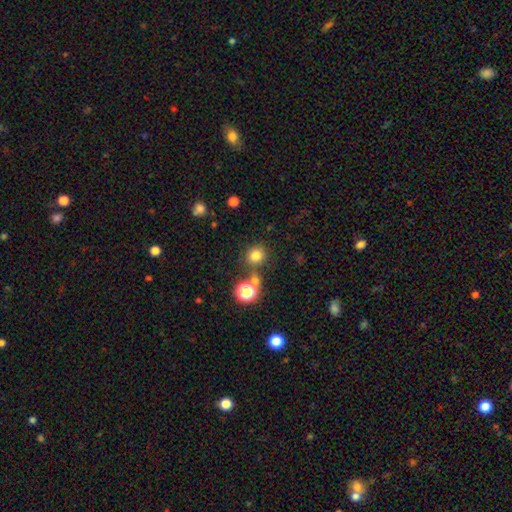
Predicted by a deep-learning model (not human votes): A smooth galaxy with no disk features (77%) that is round (88%).

Vote fractions:
- Smooth or featured? smooth: 77% / star or artifact: 17% / featured or disk: 6%
- How rounded? round: 88% / in between: 11% / cigar-shaped: 1%
- Merging? none: 75% / merger: 13% / minor disturbance: 9% / major disturbance: 4%